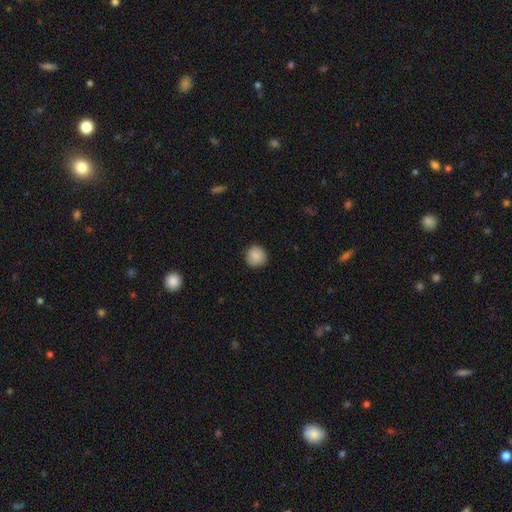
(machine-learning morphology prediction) Smooth or featured: smooth — 88% (star or artifact — 8%)
How rounded: round — 93% (in between — 6%)
Merging: none — 89% (minor disturbance — 8%)